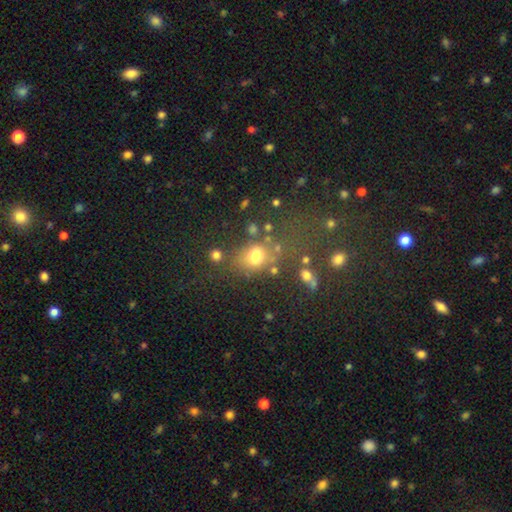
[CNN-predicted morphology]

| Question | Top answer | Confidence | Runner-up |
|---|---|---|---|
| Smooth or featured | smooth | 63% | star or artifact (21%) |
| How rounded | in between | 66% | round (31%) |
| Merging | none | 46% | merger (21%) |